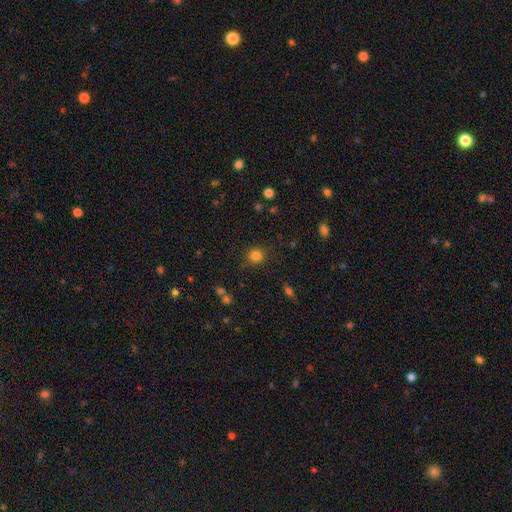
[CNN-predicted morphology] Smooth or featured? Predicted: smooth (p=0.82). How rounded? Predicted: round (p=0.91). Merging? Predicted: none (p=0.87).